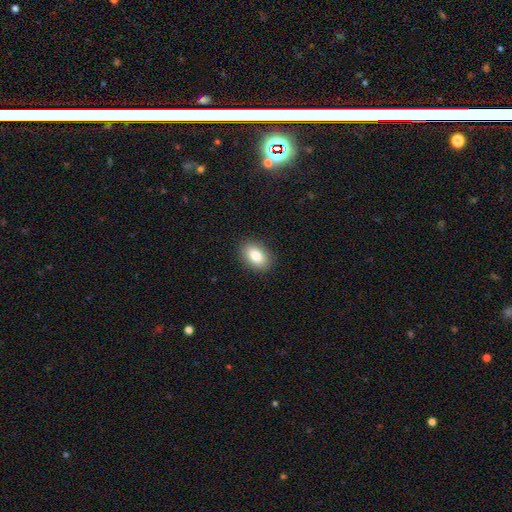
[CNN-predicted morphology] This appears to be a smooth galaxy with no disk features (83%) that is in between round and cigar-shaped (87%). Merging: none (89%).